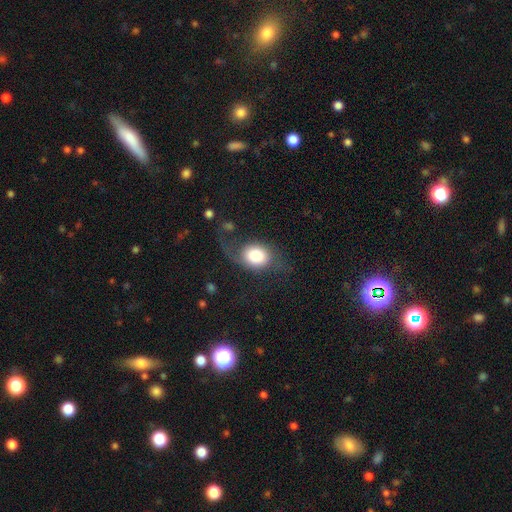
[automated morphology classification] The model was most divided on "how rounded": in between: 56%, round: 42%, cigar-shaped: 1%. Remaining: smooth or featured — smooth (64%); merging — none (46%).